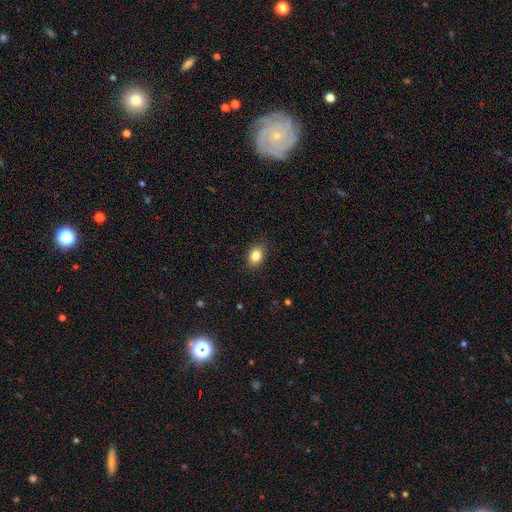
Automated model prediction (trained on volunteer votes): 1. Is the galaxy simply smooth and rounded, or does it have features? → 84% smooth, 9% star or artifact, 7% featured or disk.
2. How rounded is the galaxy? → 73% in between, 25% round, 1% cigar-shaped.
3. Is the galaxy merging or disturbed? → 86% none, 11% minor disturbance, 2% major disturbance, 1% merger.